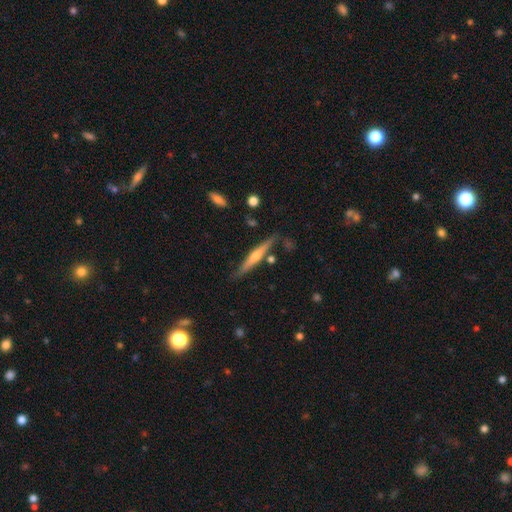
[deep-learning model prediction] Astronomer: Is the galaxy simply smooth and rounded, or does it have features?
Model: featured or disk — 63%.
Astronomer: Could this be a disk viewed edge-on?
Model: yes — 97%.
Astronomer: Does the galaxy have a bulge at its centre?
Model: rounded — 81%.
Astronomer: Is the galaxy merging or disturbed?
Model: none — 80%.